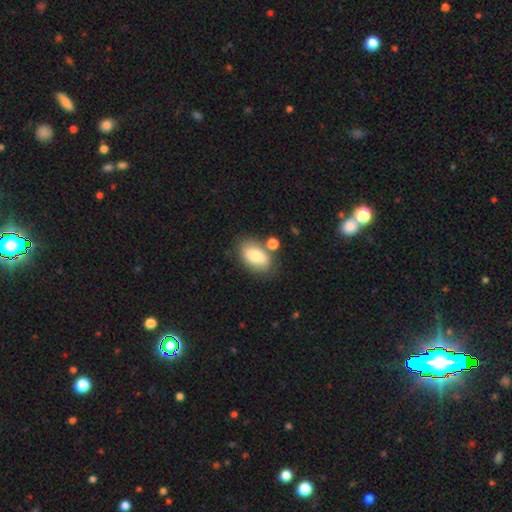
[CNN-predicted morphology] This appears to be a smooth galaxy with no disk features (76%) that is in between round and cigar-shaped (91%). Merging: none (64%).